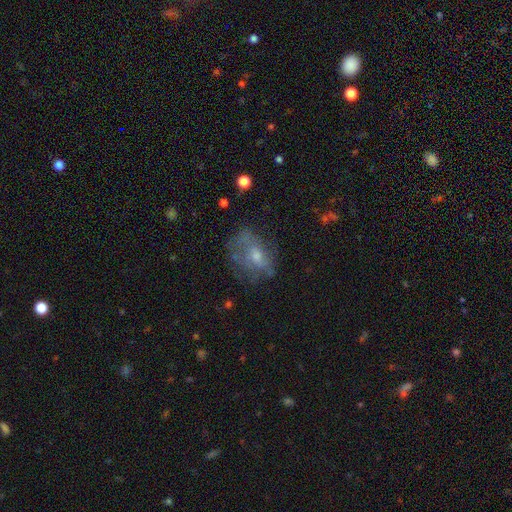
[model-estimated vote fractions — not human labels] Q: Smooth or featured?
A: featured or disk (50%); runner-up: smooth (38%)
Q: Edge-on disk?
A: no (96%); runner-up: yes (4%)
Q: Merging?
A: none (46%); runner-up: major disturbance (27%)